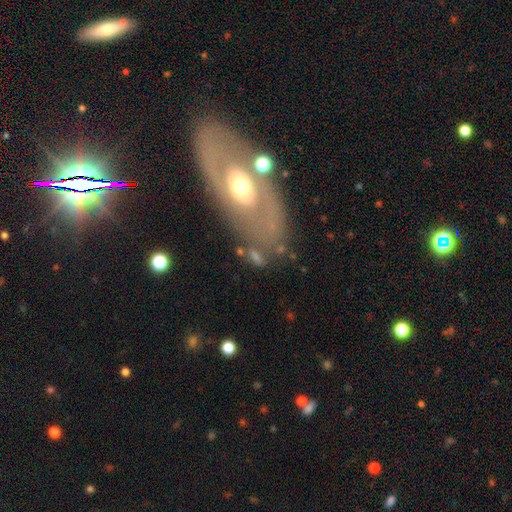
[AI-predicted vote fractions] Q: Smooth or featured?
A: featured or disk (58%); runner-up: smooth (32%)
Q: Edge-on disk?
A: no (87%); runner-up: yes (13%)
Q: Bar?
A: no (77%); runner-up: weak (16%)
Q: Spiral arms?
A: no (58%); runner-up: yes (42%)
Q: Bulge size?
A: moderate (66%); runner-up: small (20%)
Q: Merging?
A: none (62%); runner-up: minor disturbance (17%)